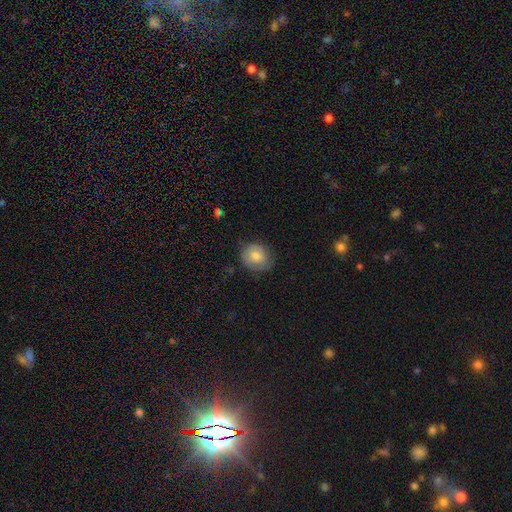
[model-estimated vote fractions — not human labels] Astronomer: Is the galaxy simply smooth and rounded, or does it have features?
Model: smooth — 72%.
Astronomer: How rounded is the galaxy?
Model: round — 71%.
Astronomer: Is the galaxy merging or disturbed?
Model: none — 72%.